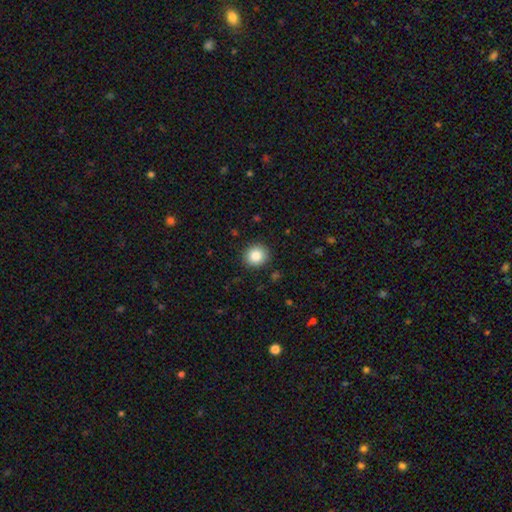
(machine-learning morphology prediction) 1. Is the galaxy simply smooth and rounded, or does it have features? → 84% smooth, 9% star or artifact, 6% featured or disk.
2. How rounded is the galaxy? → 89% round, 10% in between, 1% cigar-shaped.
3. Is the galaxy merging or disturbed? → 90% none, 7% minor disturbance, 2% major disturbance, 1% merger.